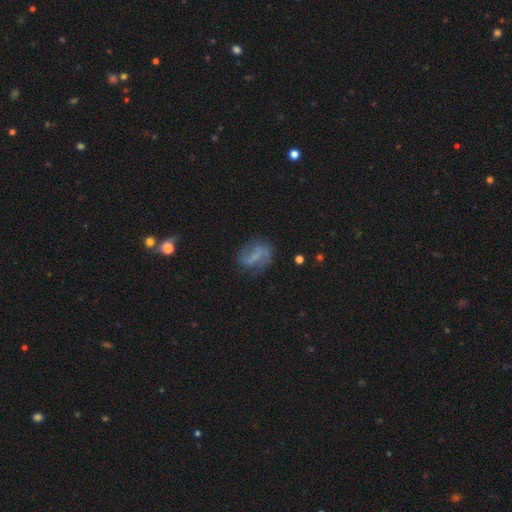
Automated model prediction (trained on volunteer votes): The model was most divided on "bar": weak: 41%, strong: 32%, no: 27%. More confident: edge-on disk — no (96%); spiral arms — yes (83%); merging — none (70%); smooth or featured — featured or disk (62%); bulge size — none (56%).